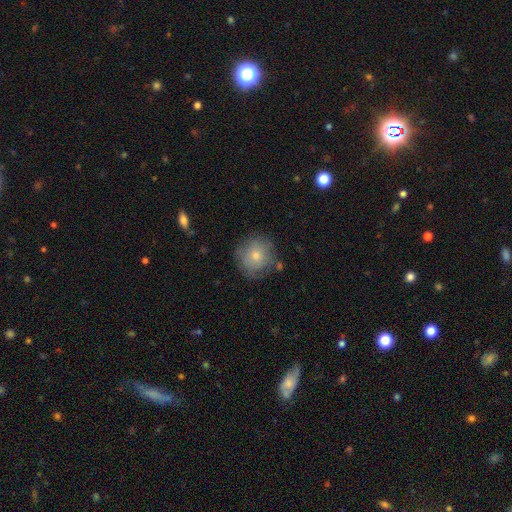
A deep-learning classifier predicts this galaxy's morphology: smooth 74%, featured or disk 19%, star or artifact 8%. Down the decision tree: how rounded — round (90%); merging — none (71%).